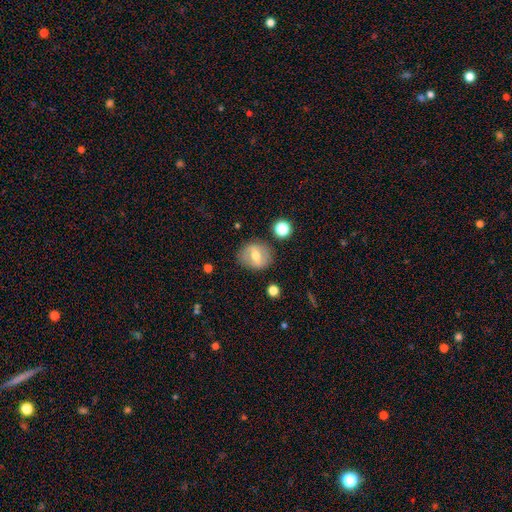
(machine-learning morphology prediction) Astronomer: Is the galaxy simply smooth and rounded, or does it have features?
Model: featured or disk — 48% (runner-up: smooth, 44%).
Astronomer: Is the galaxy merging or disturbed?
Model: none — 81%.